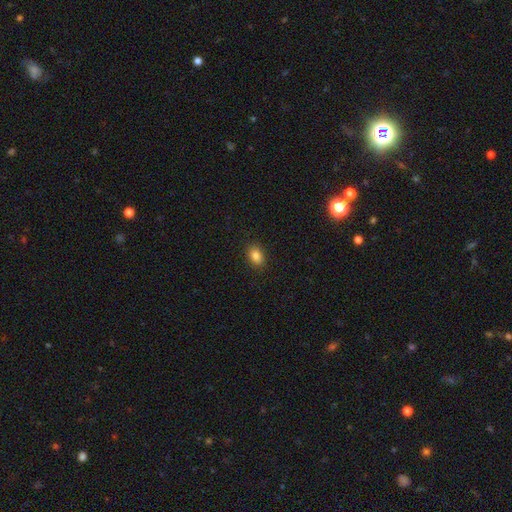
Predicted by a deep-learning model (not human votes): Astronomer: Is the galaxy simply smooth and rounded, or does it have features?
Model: smooth — 85%.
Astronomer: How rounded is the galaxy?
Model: in between — 80%.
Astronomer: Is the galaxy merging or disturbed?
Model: none — 89%.